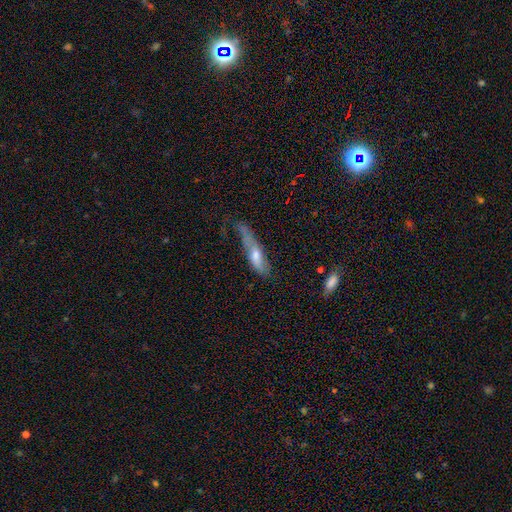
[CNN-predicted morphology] A smooth galaxy with no disk features (59%) that is cigar-shaped (59%).

Vote fractions:
- Smooth or featured? smooth: 59% / featured or disk: 35% / star or artifact: 7%
- How rounded? cigar-shaped: 59% / in between: 39% / round: 2%
- Merging? minor disturbance: 35% / none: 31% / major disturbance: 29% / merger: 5%